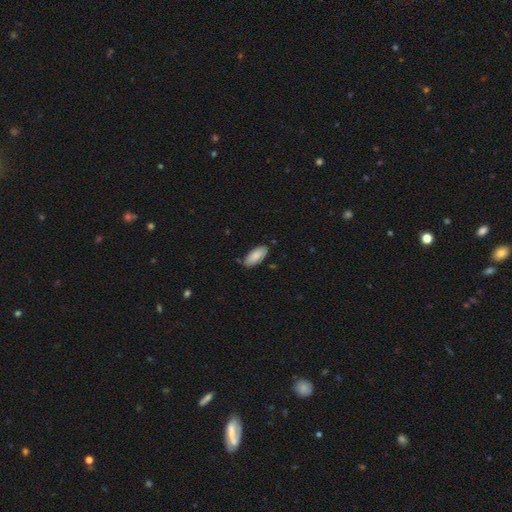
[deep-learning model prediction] Morphology: type=smooth (88%); roundness=in between (85%); merging=none (82%).